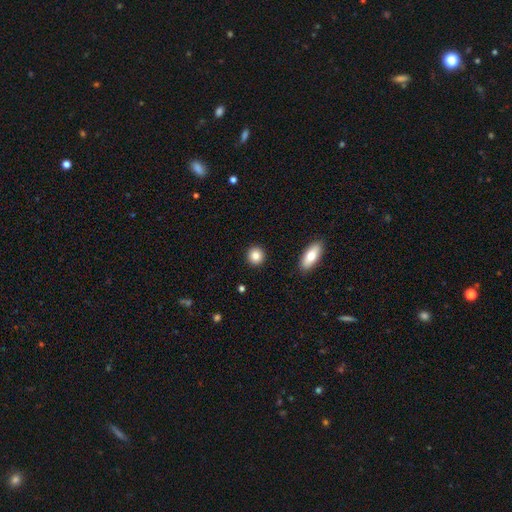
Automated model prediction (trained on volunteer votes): This is clearly a smooth galaxy (86%). How rounded: clearly round (90%). Merging: clearly none (92%).